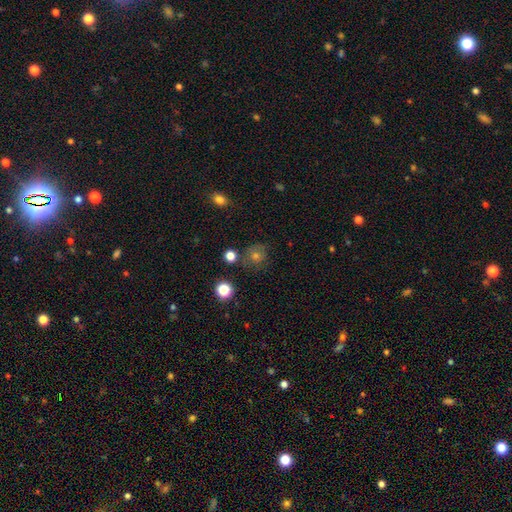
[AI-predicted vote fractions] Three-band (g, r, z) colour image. It shows a smooth galaxy with no disk features (52%) that is round (87%). Merging: none (77%).